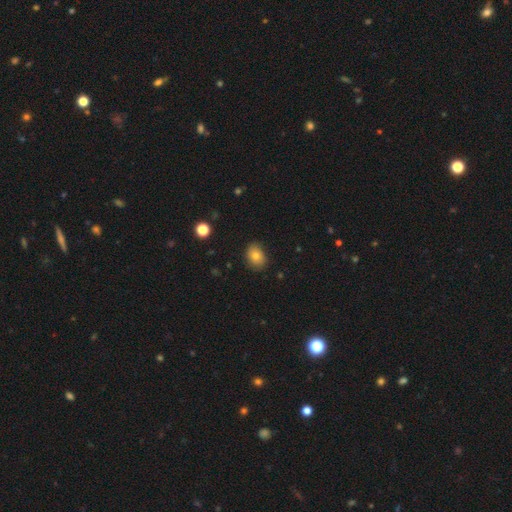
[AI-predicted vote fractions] smooth-or-featured: smooth: 77% | featured or disk: 13% | star or artifact: 10%
  how-rounded: in between: 65% | round: 34% | cigar-shaped: 1%
  merging: none: 82% | minor disturbance: 14% | major disturbance: 3% | merger: 1%